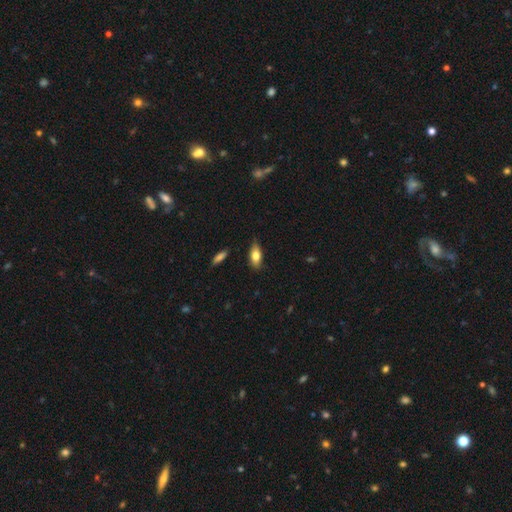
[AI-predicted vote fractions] Smooth or featured? smooth (74%)
How rounded? in between (82%)
Merging? none (79%)